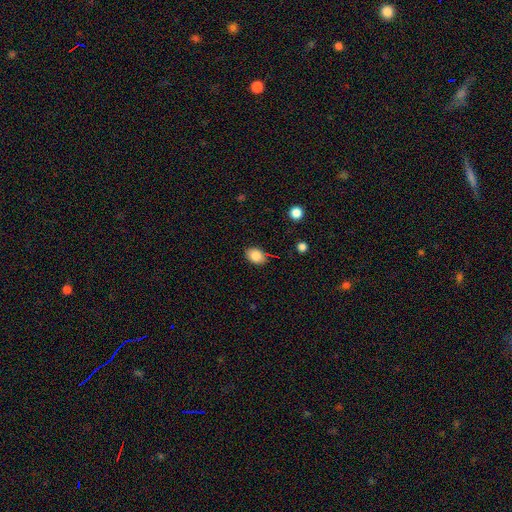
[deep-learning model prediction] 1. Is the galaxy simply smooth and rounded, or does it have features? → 85% smooth, 9% star or artifact, 6% featured or disk.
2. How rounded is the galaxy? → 67% in between, 32% round, 1% cigar-shaped.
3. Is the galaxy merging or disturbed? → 78% none, 17% minor disturbance, 3% major disturbance, 2% merger.